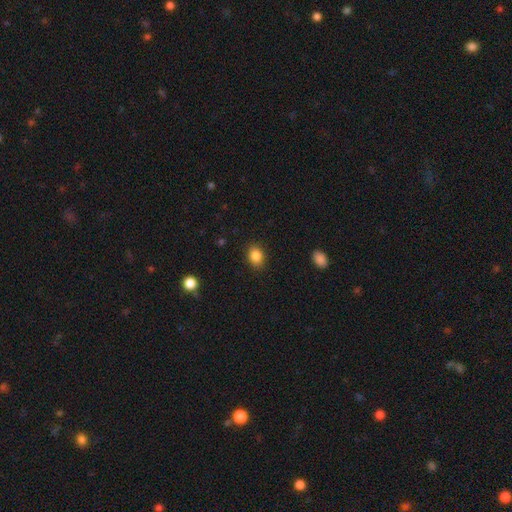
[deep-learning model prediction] This is clearly a smooth galaxy (85%). How rounded: possibly in between (59%). Merging: clearly none (88%).